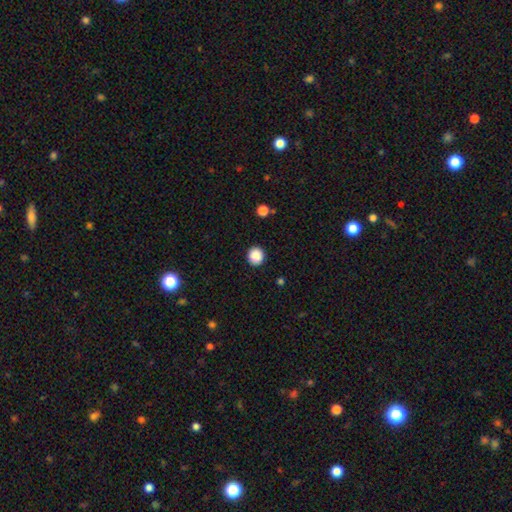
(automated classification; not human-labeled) Smooth or featured? Predicted: smooth (p=0.88). How rounded? Predicted: round (p=0.90). Merging? Predicted: none (p=0.92).